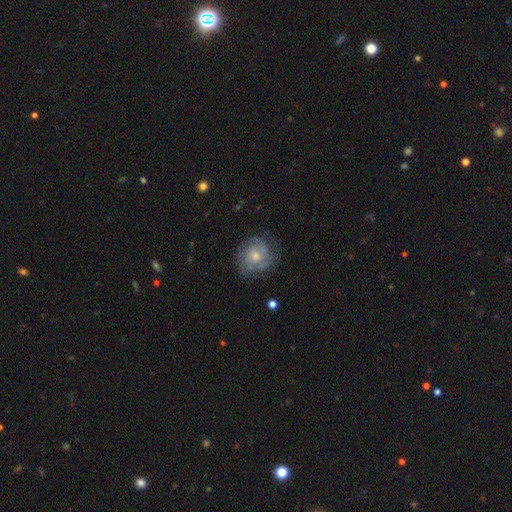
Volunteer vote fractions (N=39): This is likely a featured or disk galaxy (67%). It is clearly not viewed edge-on (100%). Bar: clearly no (88%). Spiral arm pattern: likely yes (77%). Spiral arm count: possibly can't tell (50%). Spiral winding: possibly tight (55%). Central bulge: possibly small (50%). Merging: clearly none (81%).